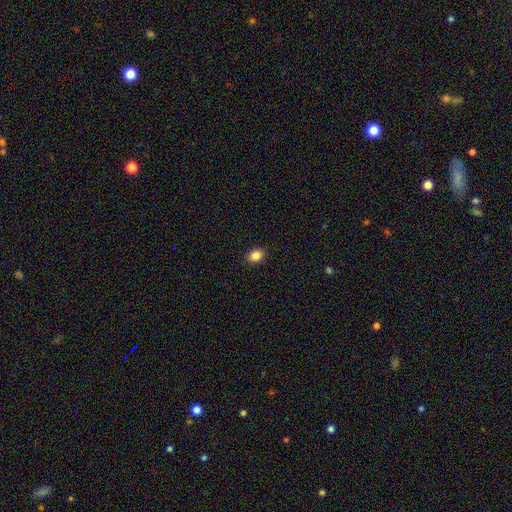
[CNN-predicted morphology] A smooth galaxy with no disk features (86%) that is in between round and cigar-shaped (57%).

Vote fractions:
- Smooth or featured? smooth: 86% / star or artifact: 10% / featured or disk: 4%
- How rounded? in between: 57% / round: 42% / cigar-shaped: 1%
- Merging? none: 91% / minor disturbance: 7% / major disturbance: 2% / merger: 1%